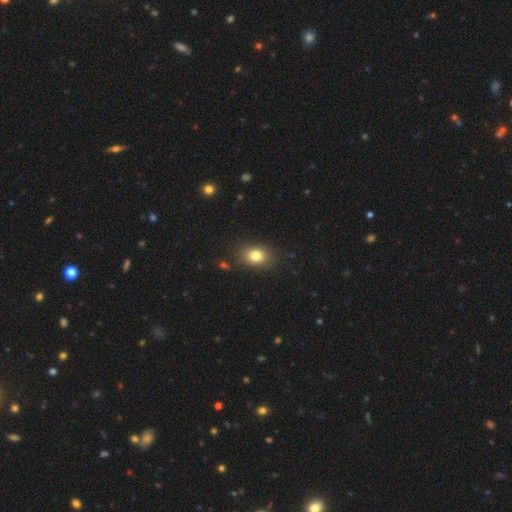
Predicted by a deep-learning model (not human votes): Smooth or featured? smooth (80%)
How rounded? in between (61%)
Merging? none (83%)